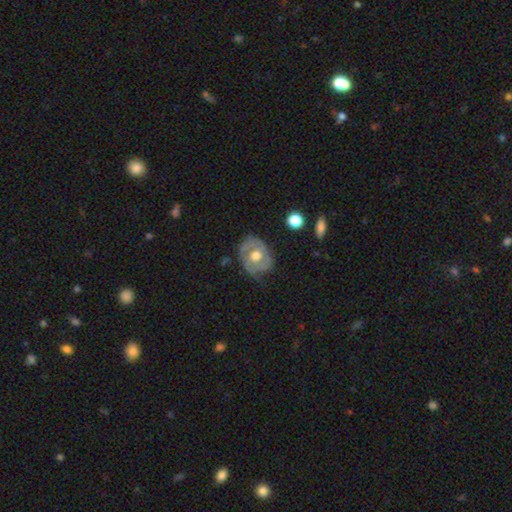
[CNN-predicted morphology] Q: Smooth or featured?
A: featured or disk (62%); runner-up: smooth (31%)
Q: Edge-on disk?
A: no (96%); runner-up: yes (4%)
Q: Bar?
A: no (76%); runner-up: weak (20%)
Q: Spiral arms?
A: yes (53%); runner-up: no (47%)
Q: Bulge size?
A: moderate (72%); runner-up: large (20%)
Q: Merging?
A: none (64%); runner-up: minor disturbance (25%)